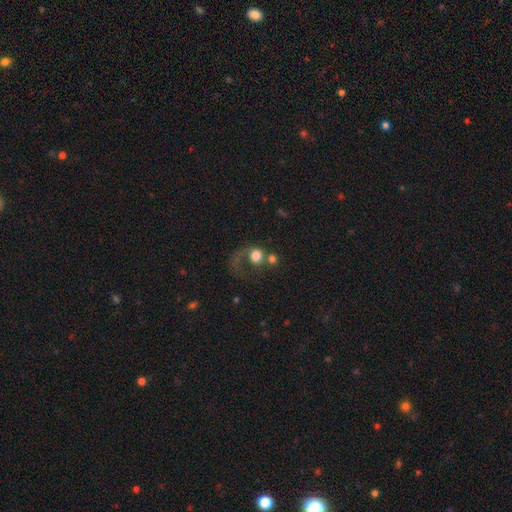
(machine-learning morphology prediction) A smooth galaxy with no disk features (65%) that is round (78%). Merging: major disturbance (36%).